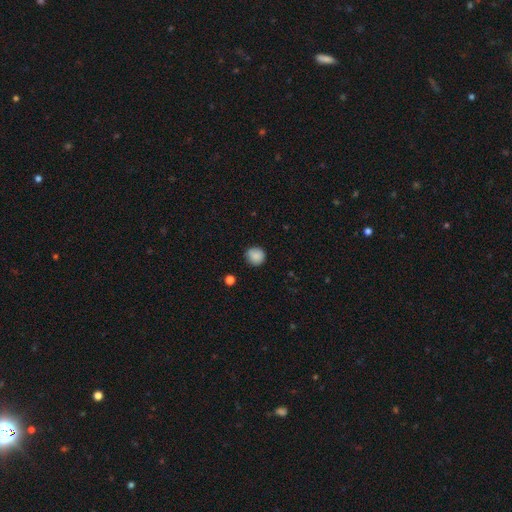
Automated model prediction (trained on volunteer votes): Q: Smooth or featured?
A: smooth (86%); runner-up: star or artifact (8%)
Q: How rounded?
A: round (91%); runner-up: in between (8%)
Q: Merging?
A: none (83%); runner-up: minor disturbance (13%)